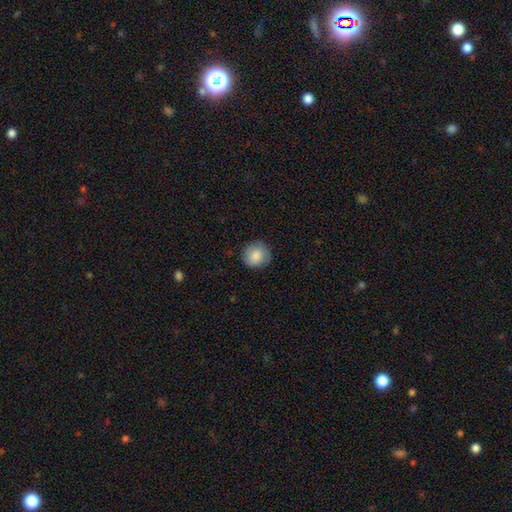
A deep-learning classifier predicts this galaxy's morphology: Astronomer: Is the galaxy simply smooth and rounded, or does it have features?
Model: smooth — 85%.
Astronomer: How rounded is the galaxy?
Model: round — 90%.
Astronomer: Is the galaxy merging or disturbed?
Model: none — 85%.